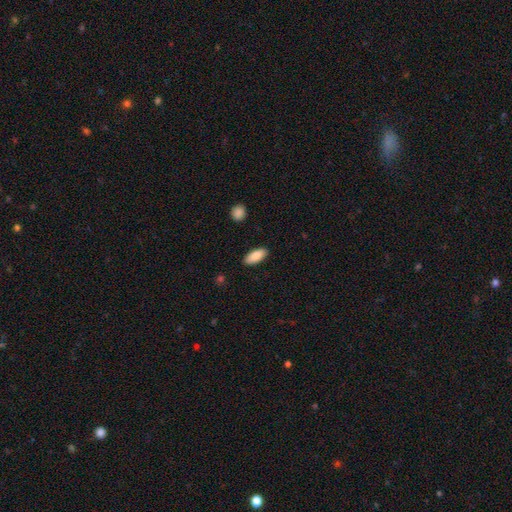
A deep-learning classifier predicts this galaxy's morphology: A smooth galaxy with no disk features (87%) that is in between round and cigar-shaped (85%). Merging: none (88%).